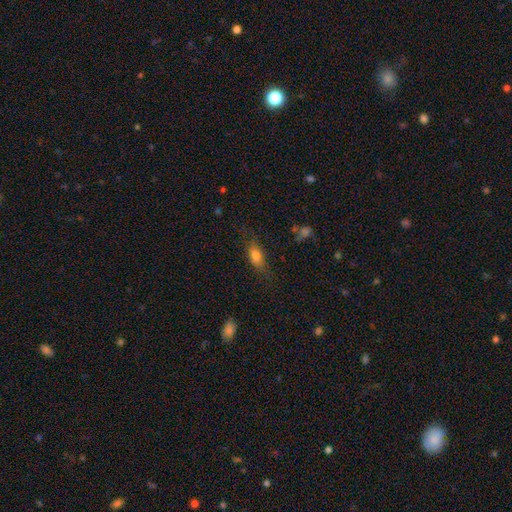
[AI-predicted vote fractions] Smooth or featured? smooth (75%)
How rounded? in between (76%)
Merging? none (72%)